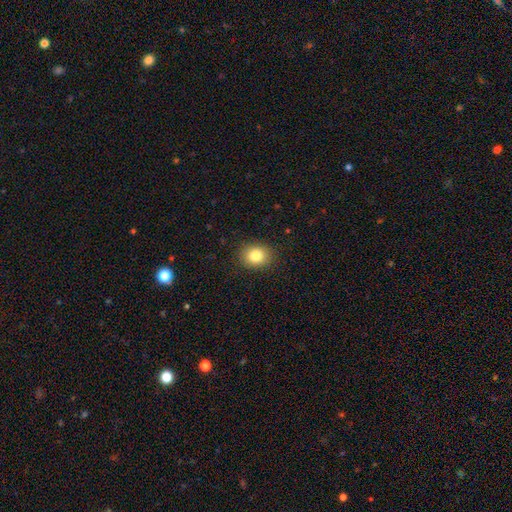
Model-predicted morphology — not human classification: This appears to be a smooth galaxy with no disk features (83%) that is round (61%). Merging: none (89%).